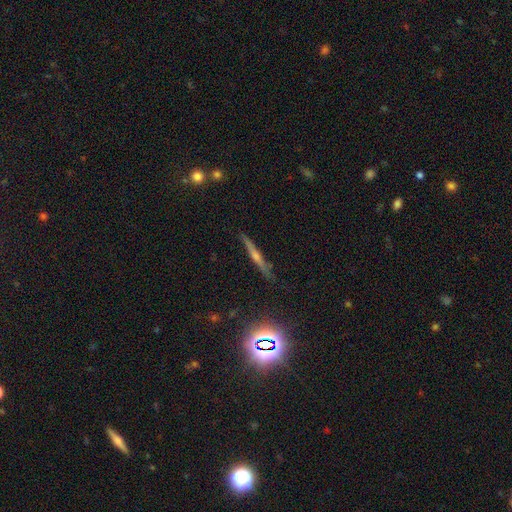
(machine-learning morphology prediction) smooth-or-featured: featured or disk: 56% | star or artifact: 23% | smooth: 21%
  disk-edge-on: yes: 93% | no: 7%
    edge-on-bulge: rounded: 76% | none: 16% | boxy: 7%
  merging: none: 87% | minor disturbance: 8% | merger: 2% | major disturbance: 2%